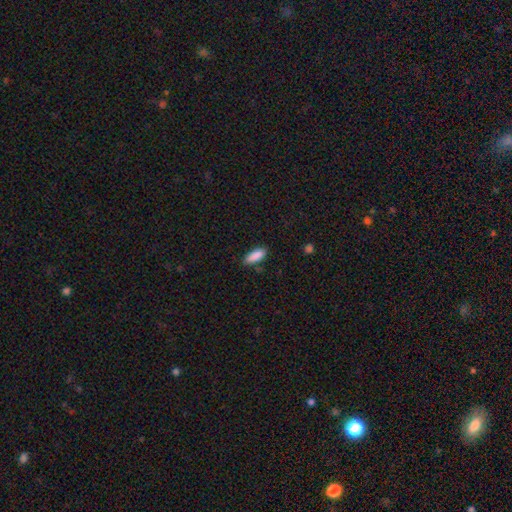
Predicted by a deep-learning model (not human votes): Smooth or featured: smooth — 89% (star or artifact — 7%)
How rounded: in between — 68% (cigar-shaped — 30%)
Merging: none — 80% (minor disturbance — 15%)